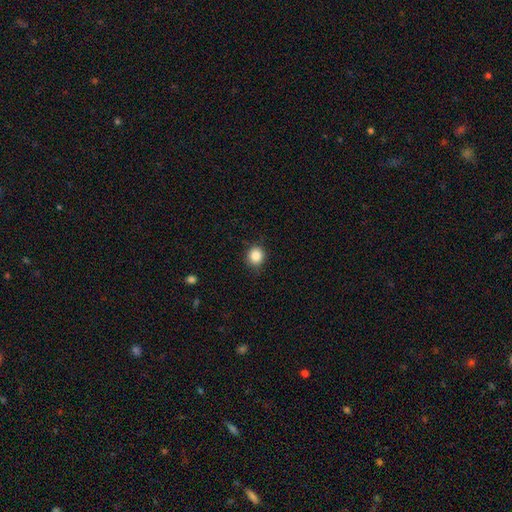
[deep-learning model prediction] Smooth or featured? smooth (86%)
How rounded? round (85%)
Merging? none (87%)